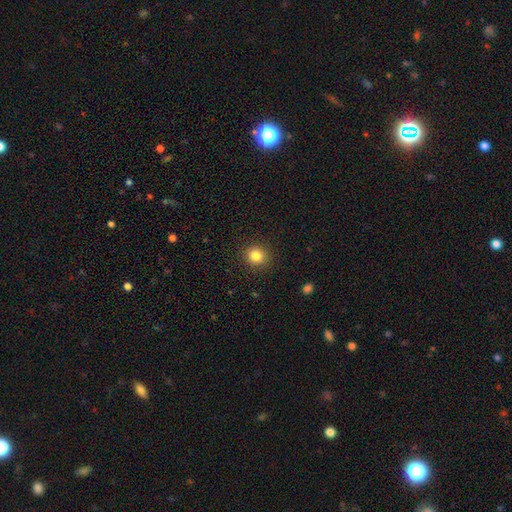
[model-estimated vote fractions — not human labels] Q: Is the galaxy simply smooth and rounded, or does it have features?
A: smooth — 83%.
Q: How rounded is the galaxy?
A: round — 87%.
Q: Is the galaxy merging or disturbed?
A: none — 91%.